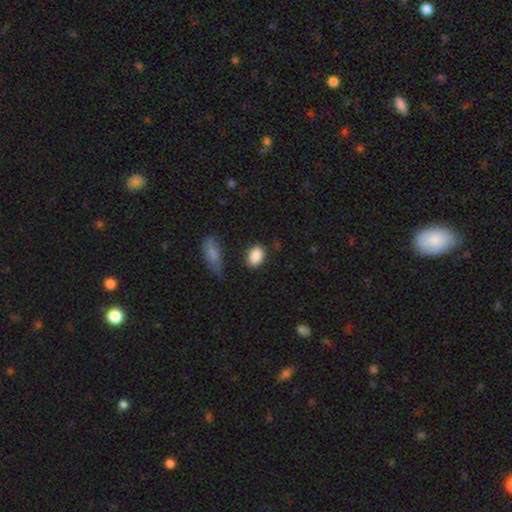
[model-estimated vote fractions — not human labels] Smooth or featured: smooth — 88% (star or artifact — 7%)
How rounded: in between — 77% (round — 21%)
Merging: none — 77% (minor disturbance — 15%)